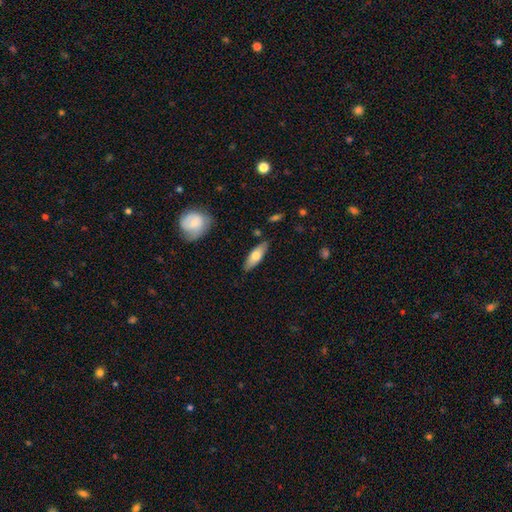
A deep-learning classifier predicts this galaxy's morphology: This is likely a smooth galaxy (67%). How rounded: likely in between (62%). Merging: clearly none (84%).